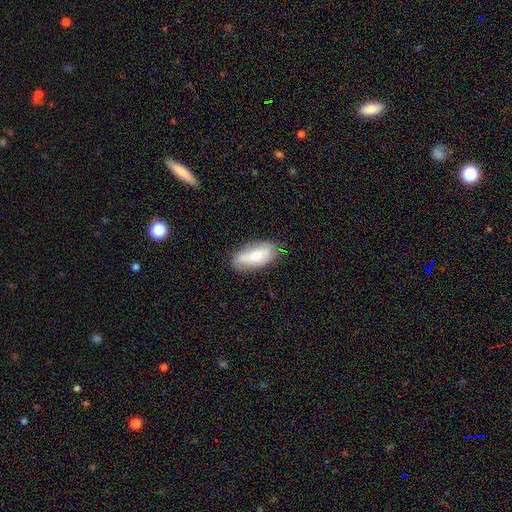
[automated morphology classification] Q: Smooth or featured?
A: smooth (64%); runner-up: featured or disk (29%)
Q: How rounded?
A: in between (90%); runner-up: cigar-shaped (7%)
Q: Merging?
A: none (76%); runner-up: minor disturbance (18%)